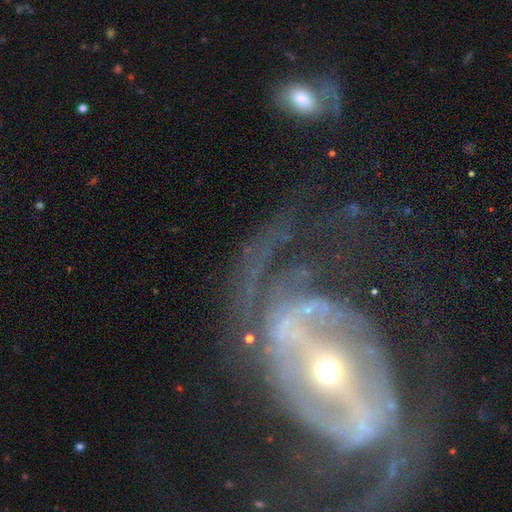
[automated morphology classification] Smooth or featured? Predicted: featured or disk (p=0.85). Edge-on disk? Predicted: no (p=0.94). Bar? Predicted: strong (p=0.59). Spiral arms? Predicted: yes (p=0.82). Spiral winding? Predicted: medium (p=0.40). Spiral arm count? Predicted: 2 (p=0.73). Bulge size? Predicted: moderate (p=0.54). Merging? Predicted: none (p=0.49).